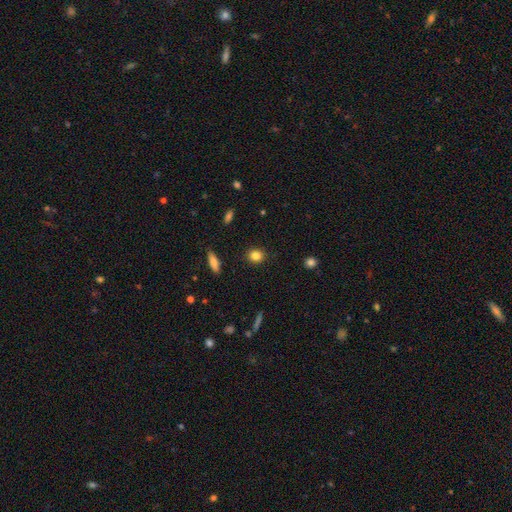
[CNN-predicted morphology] type=smooth (84%); roundness=round (75%); merging=none (90%).